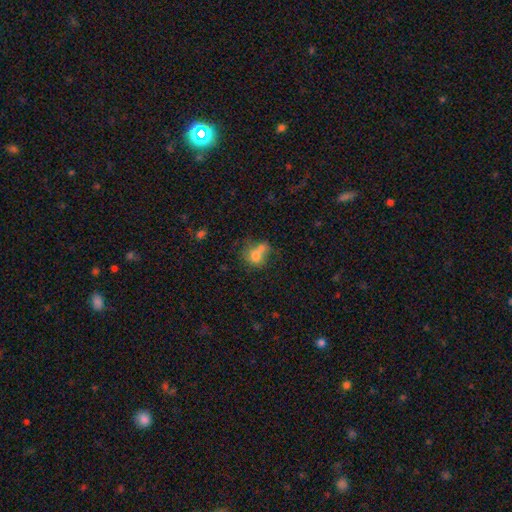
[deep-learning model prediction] Q: Smooth or featured?
A: smooth (71%); runner-up: featured or disk (17%)
Q: How rounded?
A: round (54%); runner-up: in between (44%)
Q: Merging?
A: merger (50%); runner-up: none (28%)